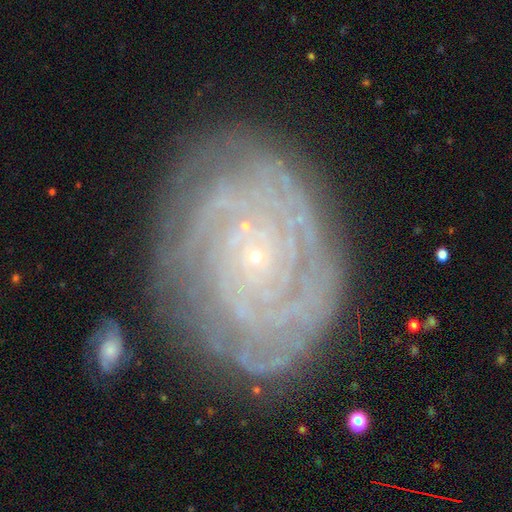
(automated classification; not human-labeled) A featured or disk galaxy (85%) with no bar (81%), tight (86%) spiral arms (96%) and a small central bulge (90%).

Vote fractions:
- Smooth or featured? featured or disk: 85% / smooth: 8% / star or artifact: 7%
- Edge-on disk? no: 97% / yes: 3%
- Bar? no: 81% / weak: 13% / strong: 5%
- Spiral arms? yes: 96% / no: 4%
- Spiral winding? tight: 86% / medium: 11% / loose: 3%
- Spiral arm count? can't tell: 30% / 4: 18% / more than 4: 18% / 2: 14% / 3: 13% / 1: 7%
- Bulge size? small: 90% / moderate: 6% / none: 2% / large: 1% / dominant: 1%
- Merging? none: 77% / minor disturbance: 15% / major disturbance: 5% / merger: 2%